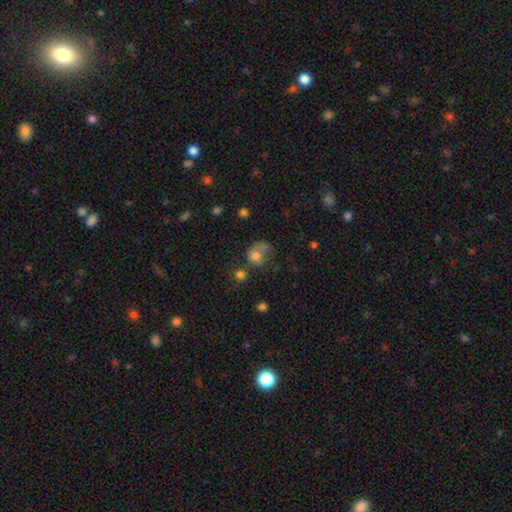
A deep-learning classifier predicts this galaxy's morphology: Smooth or featured? Predicted: smooth (p=0.69). How rounded? Predicted: round (p=0.63). Merging? Predicted: major disturbance (p=0.32).